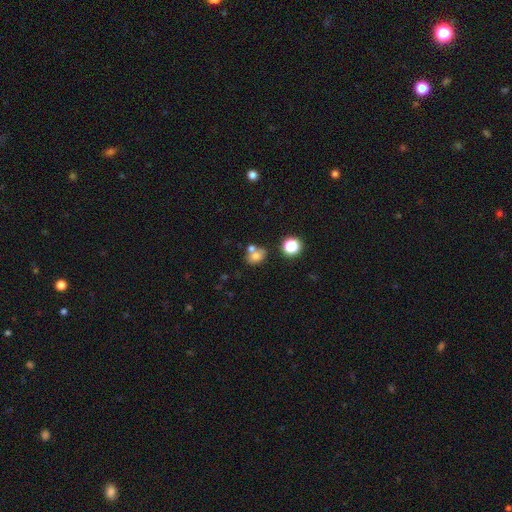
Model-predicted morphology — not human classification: Q: Smooth or featured?
A: smooth (68%); runner-up: featured or disk (17%)
Q: How rounded?
A: round (50%); runner-up: in between (49%)
Q: Merging?
A: none (45%); runner-up: merger (38%)